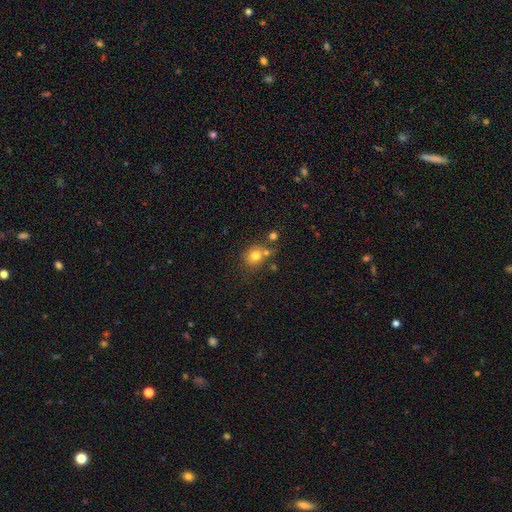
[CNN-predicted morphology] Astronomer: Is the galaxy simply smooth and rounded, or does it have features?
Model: smooth — 78%.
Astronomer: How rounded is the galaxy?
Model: round — 77%.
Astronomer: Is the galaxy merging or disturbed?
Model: none — 58%.